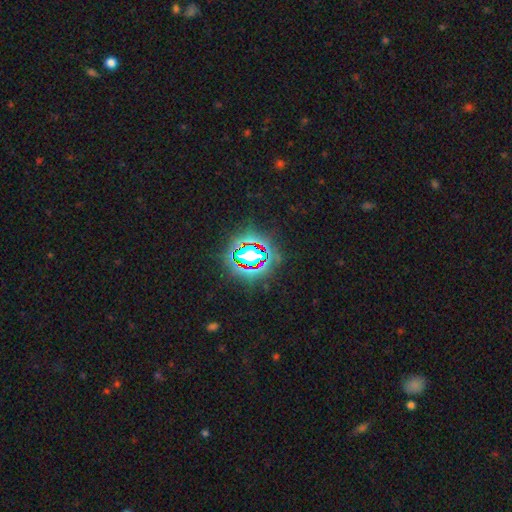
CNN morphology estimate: Overall: star or artifact (80%).